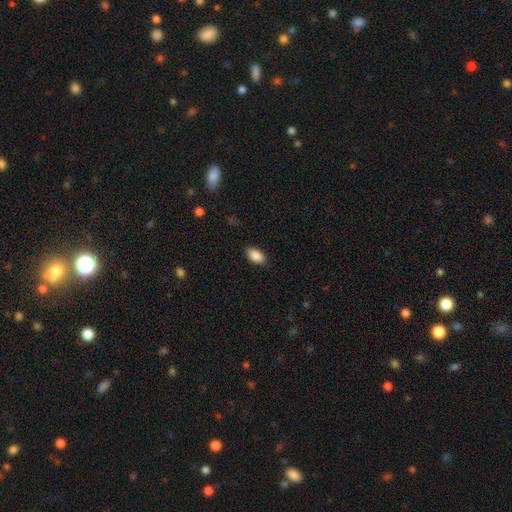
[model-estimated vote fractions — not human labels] A smooth galaxy with no disk features (89%) that is in between round and cigar-shaped (93%).

Vote fractions:
- Smooth or featured? smooth: 89% / star or artifact: 7% / featured or disk: 4%
- How rounded? in between: 93% / round: 4% / cigar-shaped: 3%
- Merging? none: 87% / minor disturbance: 10% / major disturbance: 2% / merger: 1%